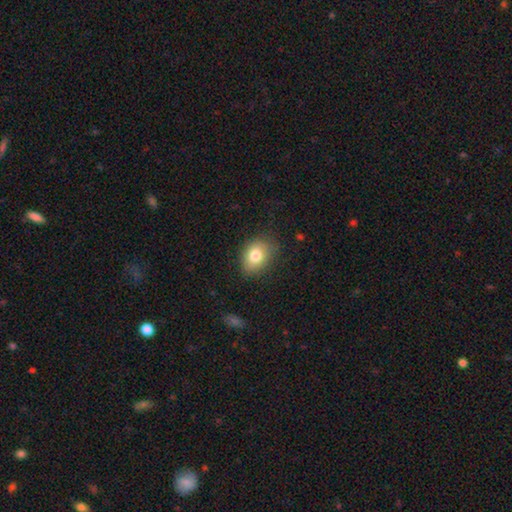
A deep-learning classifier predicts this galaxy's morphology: This is clearly a smooth galaxy (80%). How rounded: likely in between (70%). Merging: likely none (79%).